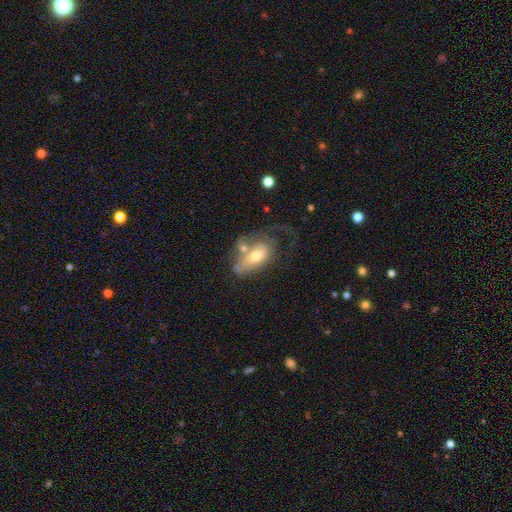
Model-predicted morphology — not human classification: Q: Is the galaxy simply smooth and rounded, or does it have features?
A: featured or disk — 49%.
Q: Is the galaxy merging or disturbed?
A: major disturbance — 38%.